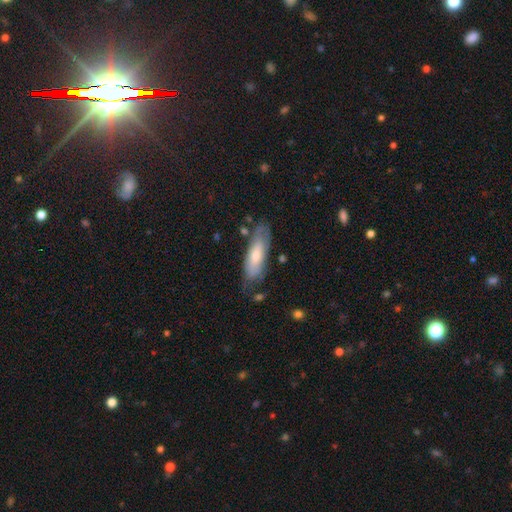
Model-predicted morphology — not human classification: Q: Smooth or featured?
A: smooth (56%); runner-up: featured or disk (38%)
Q: How rounded?
A: in between (62%); runner-up: cigar-shaped (36%)
Q: Merging?
A: none (60%); runner-up: minor disturbance (27%)